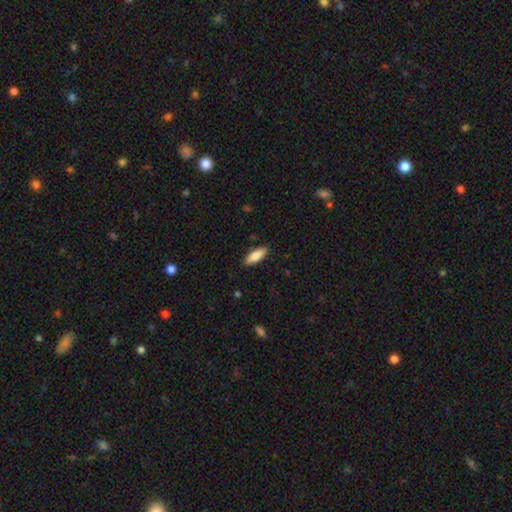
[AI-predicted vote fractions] Smooth or featured? smooth (83%)
How rounded? in between (67%)
Merging? none (87%)